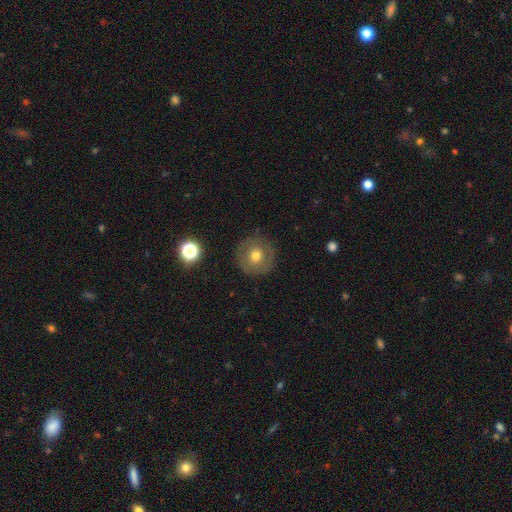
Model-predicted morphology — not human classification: Q: Smooth or featured?
A: smooth (58%); runner-up: featured or disk (32%)
Q: How rounded?
A: round (94%); runner-up: in between (5%)
Q: Merging?
A: none (84%); runner-up: minor disturbance (10%)